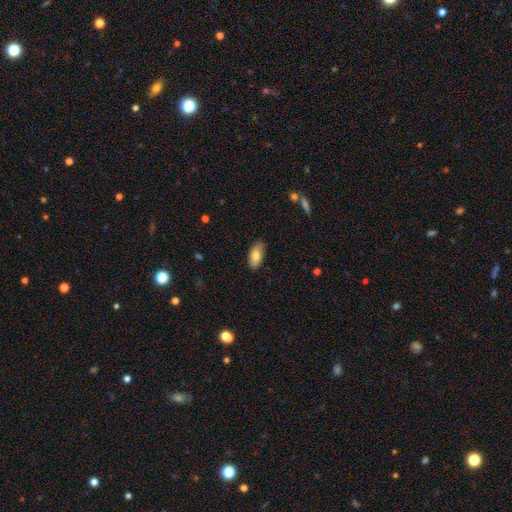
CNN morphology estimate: Overall: smooth (77%). How rounded: in between (91%). Merging: none (84%).